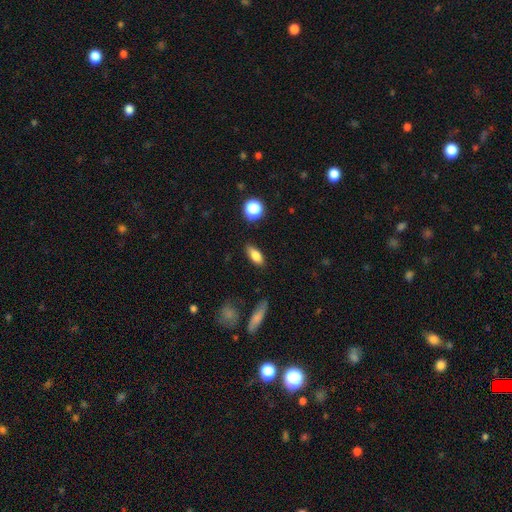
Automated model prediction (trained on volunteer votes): Smooth or featured: smooth — 80% (featured or disk — 11%)
How rounded: in between — 79% (cigar-shaped — 17%)
Merging: none — 85% (minor disturbance — 11%)